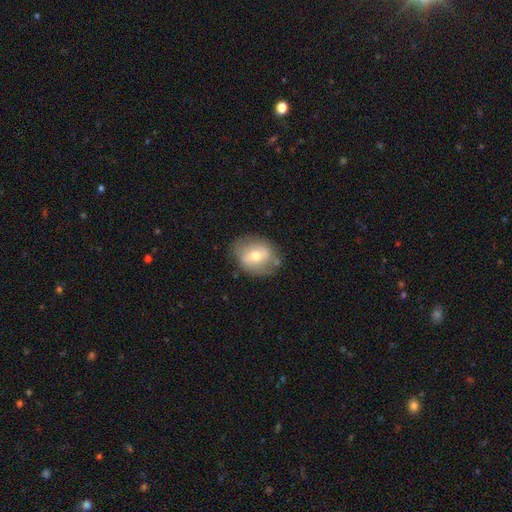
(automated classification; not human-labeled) smooth 47%, featured or disk 45%, star or artifact 8%. Down the decision tree: merging — none (71%).